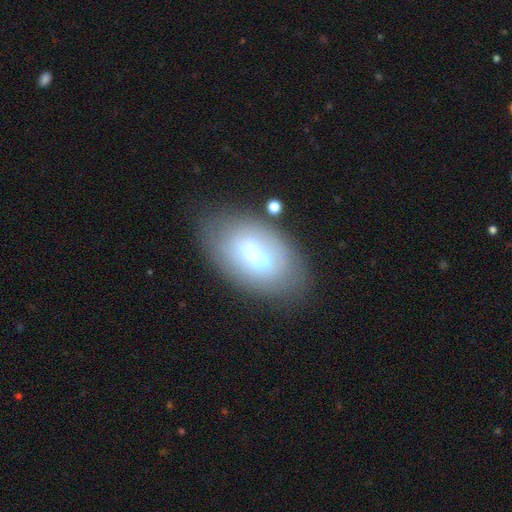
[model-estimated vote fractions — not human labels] Smooth or featured? Predicted: smooth (p=0.48). Merging? Predicted: none (p=0.55).